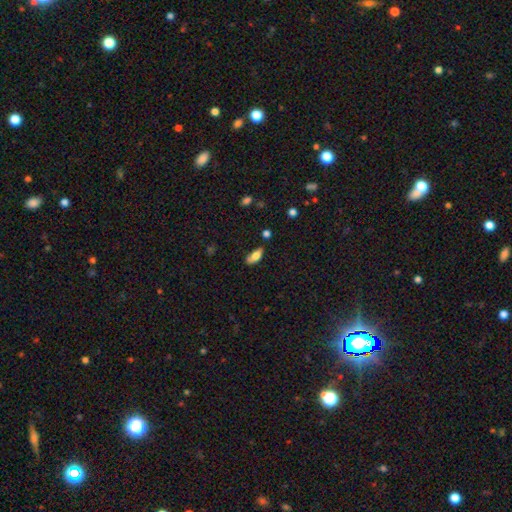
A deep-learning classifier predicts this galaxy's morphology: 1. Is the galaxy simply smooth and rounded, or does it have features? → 76% smooth, 16% featured or disk, 7% star or artifact.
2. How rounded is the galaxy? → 83% in between, 15% cigar-shaped, 3% round.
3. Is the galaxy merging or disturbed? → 62% none, 26% minor disturbance, 7% major disturbance, 5% merger.